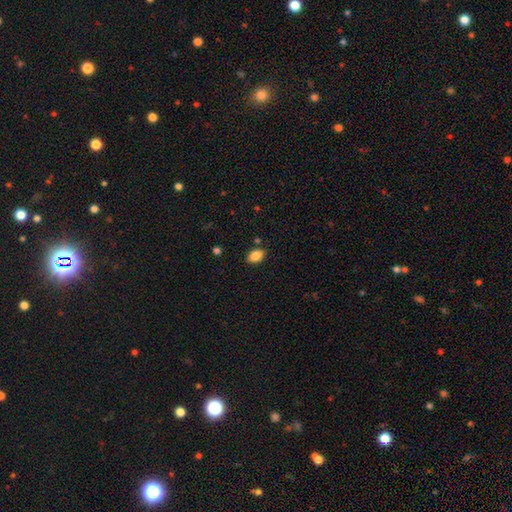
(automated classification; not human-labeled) Smooth or featured? smooth (86%)
How rounded? in between (88%)
Merging? none (84%)